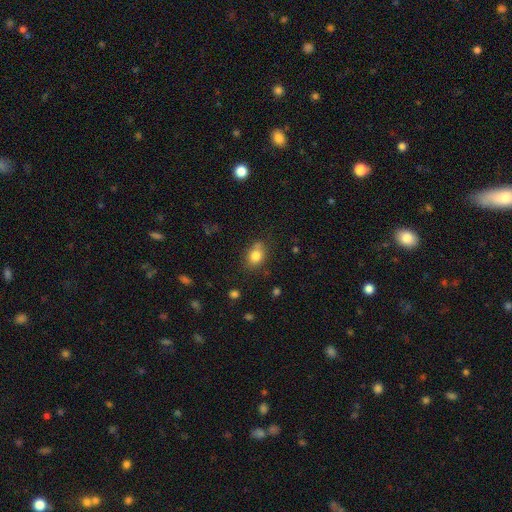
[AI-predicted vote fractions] smooth-or-featured: smooth: 81% | star or artifact: 10% | featured or disk: 9%
  how-rounded: in between: 58% | round: 41% | cigar-shaped: 1%
  merging: none: 67% | minor disturbance: 20% | merger: 8% | major disturbance: 5%